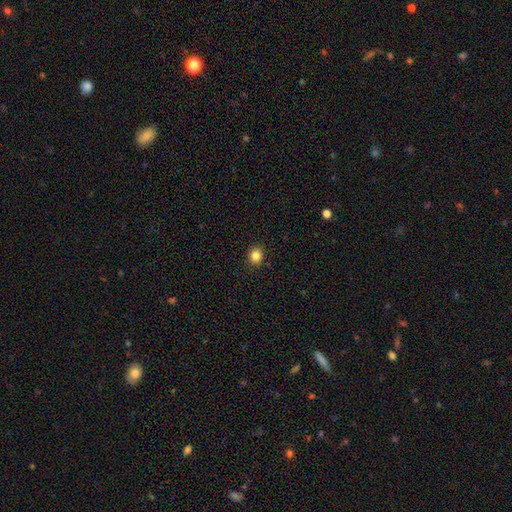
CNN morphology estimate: This is clearly a smooth galaxy (84%). How rounded: likely round (70%). Merging: clearly none (91%).